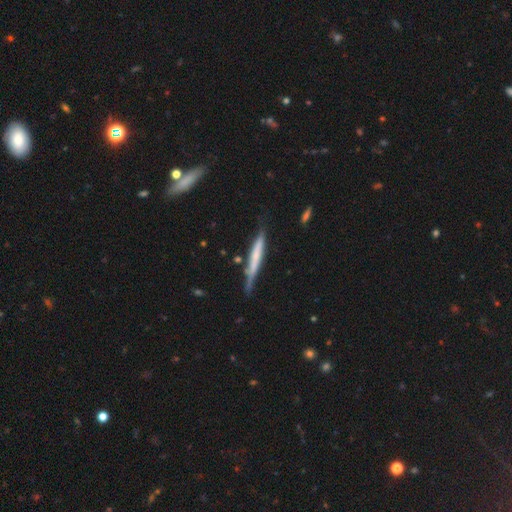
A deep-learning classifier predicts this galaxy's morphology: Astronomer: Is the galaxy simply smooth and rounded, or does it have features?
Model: smooth — 47%, tied with featured or disk at 47%.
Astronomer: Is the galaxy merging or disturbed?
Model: none — 71%.